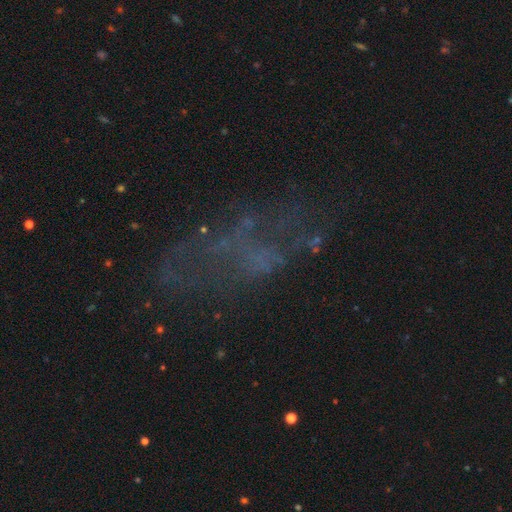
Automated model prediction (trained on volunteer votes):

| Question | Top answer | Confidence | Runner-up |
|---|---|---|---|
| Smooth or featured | featured or disk | 47% | star or artifact (30%) |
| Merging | none | 53% | major disturbance (26%) |